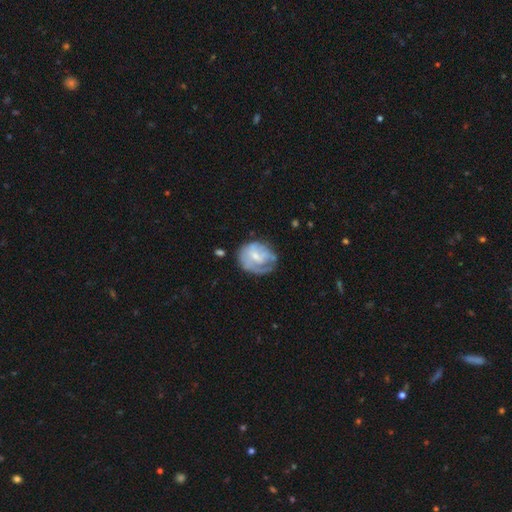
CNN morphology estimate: A featured or disk galaxy (54%) with no bar (54%), spiral arms (55%) and a small central bulge (56%).

Vote fractions:
- Smooth or featured? featured or disk: 54% / smooth: 39% / star or artifact: 7%
- Edge-on disk? no: 97% / yes: 3%
- Bar? no: 54% / weak: 38% / strong: 8%
- Spiral arms? yes: 55% / no: 45%
- Bulge size? small: 56% / moderate: 30% / none: 10% / large: 2% / dominant: 1%
- Merging? none: 48% / minor disturbance: 28% / major disturbance: 21% / merger: 3%